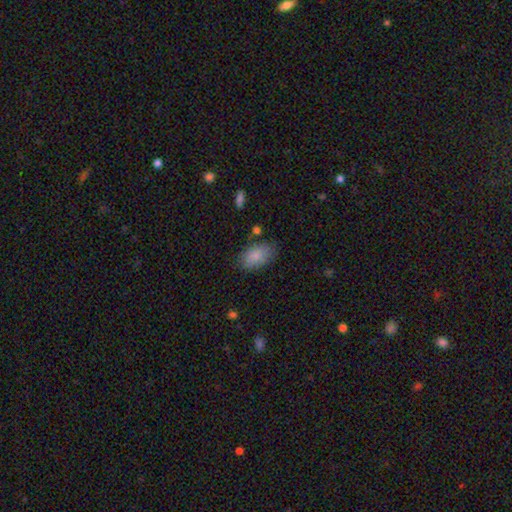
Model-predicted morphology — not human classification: A smooth galaxy with no disk features (84%) that is in between round and cigar-shaped (92%). Merging: none (72%).